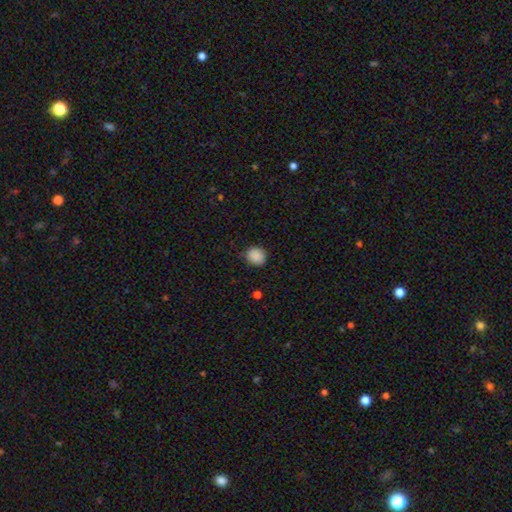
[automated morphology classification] This is clearly a smooth galaxy (89%). How rounded: likely round (75%). Merging: clearly none (86%).